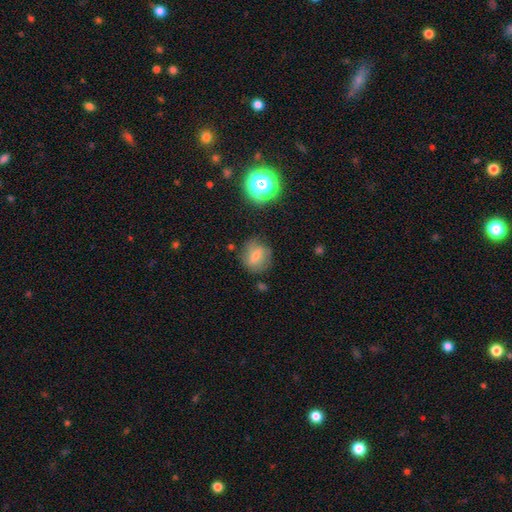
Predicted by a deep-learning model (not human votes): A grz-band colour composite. It shows a smooth galaxy with no disk features (60%) that is round (72%). Merging: none (69%).